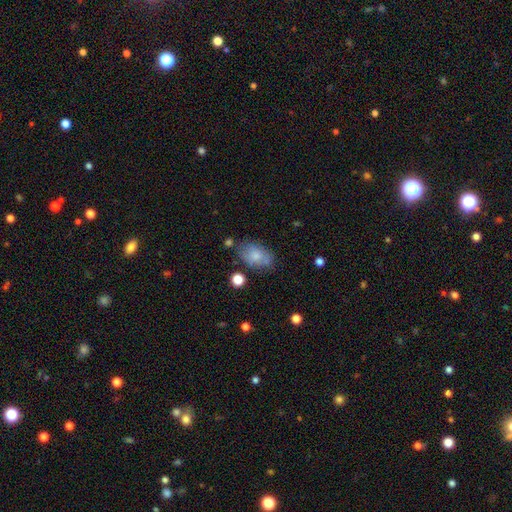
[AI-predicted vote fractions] Smooth or featured? Predicted: smooth (p=0.76). How rounded? Predicted: in between (p=0.89). Merging? Predicted: none (p=0.67).